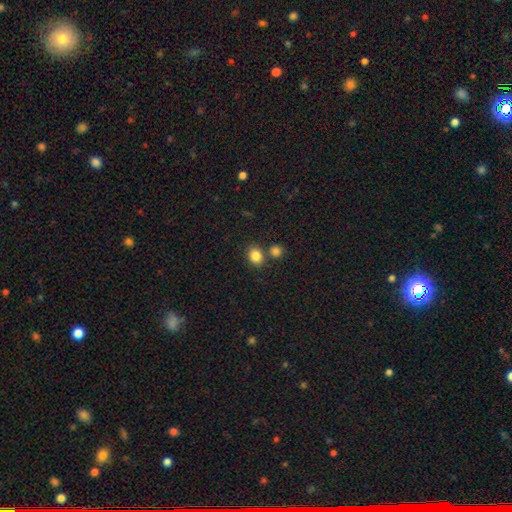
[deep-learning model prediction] Morphology: type=smooth (85%); roundness=round (57%); merging=none (69%).